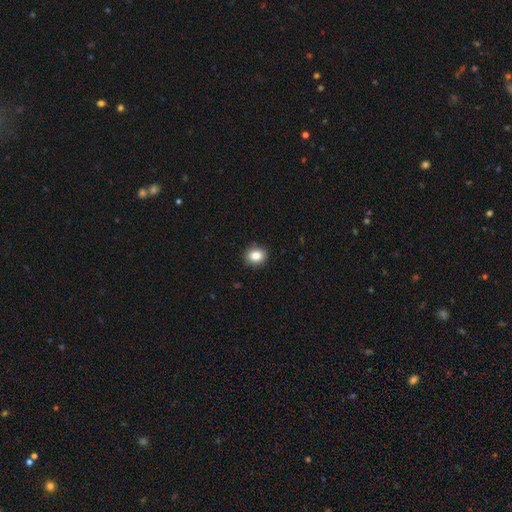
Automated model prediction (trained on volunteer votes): Smooth or featured? Predicted: smooth (p=0.85). How rounded? Predicted: round (p=0.65). Merging? Predicted: none (p=0.90).